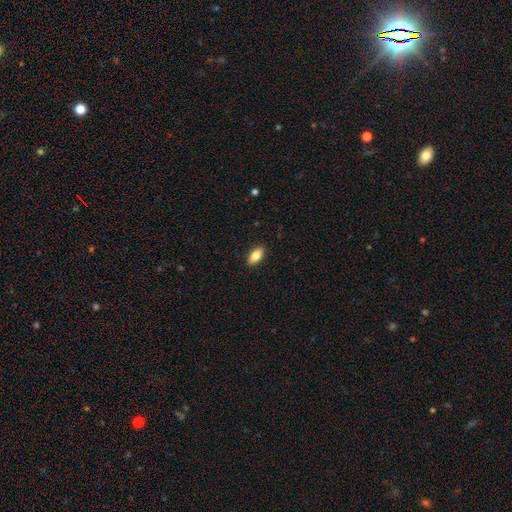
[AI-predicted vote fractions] smooth-or-featured: smooth: 81% | featured or disk: 11% | star or artifact: 7%
  how-rounded: in between: 89% | cigar-shaped: 7% | round: 4%
  merging: none: 89% | minor disturbance: 8% | major disturbance: 2% | merger: 1%